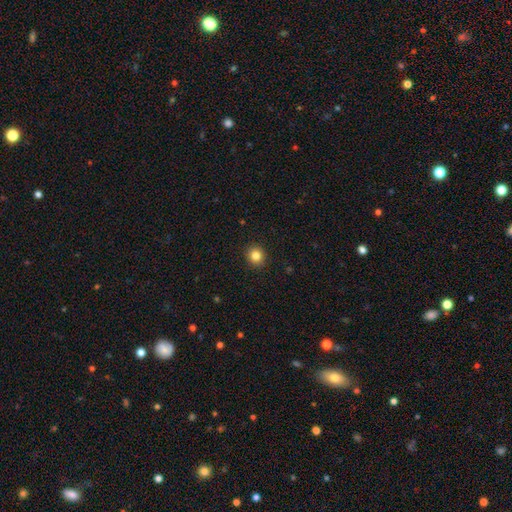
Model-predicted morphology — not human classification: Overall: smooth (84%). How rounded: round (87%). Merging: none (92%).